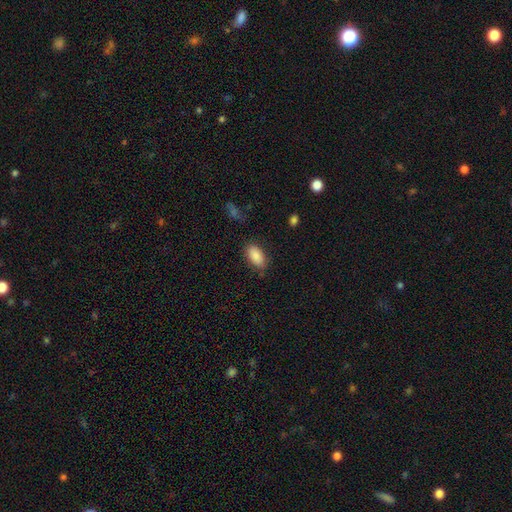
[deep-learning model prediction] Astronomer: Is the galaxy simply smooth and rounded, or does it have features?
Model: smooth — 87%.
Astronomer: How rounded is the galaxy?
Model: in between — 93%.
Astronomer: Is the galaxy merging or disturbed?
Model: none — 80%.